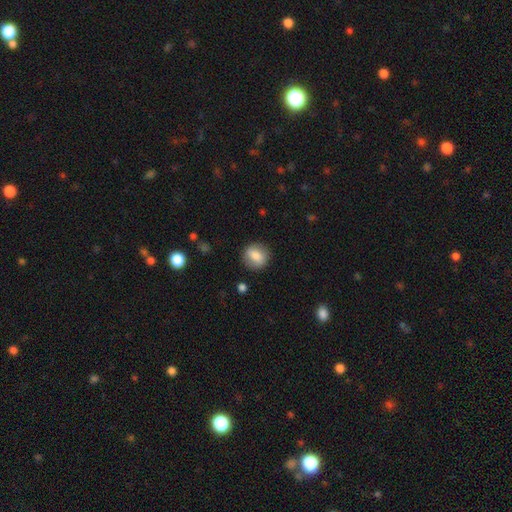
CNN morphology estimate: smooth 76%, featured or disk 16%, star or artifact 8%. Down the decision tree: how rounded — round (77%); merging — none (85%).